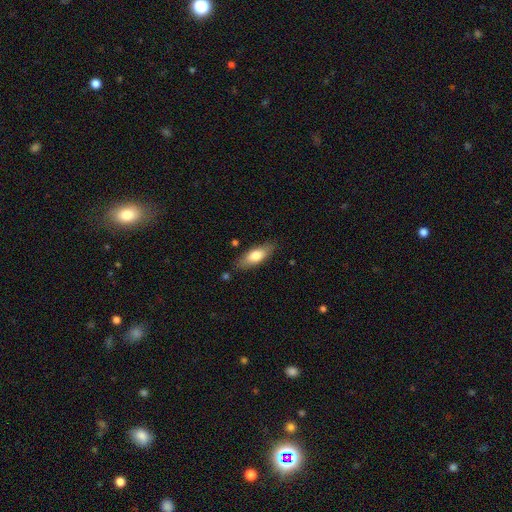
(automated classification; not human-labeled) Q: Smooth or featured?
A: smooth (73%); runner-up: featured or disk (21%)
Q: How rounded?
A: in between (71%); runner-up: cigar-shaped (27%)
Q: Merging?
A: none (81%); runner-up: minor disturbance (13%)